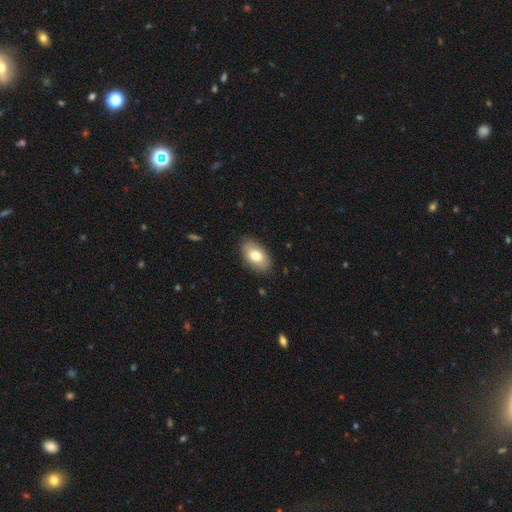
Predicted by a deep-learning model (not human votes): This is likely a smooth galaxy (77%). How rounded: clearly in between (93%). Merging: clearly none (86%).